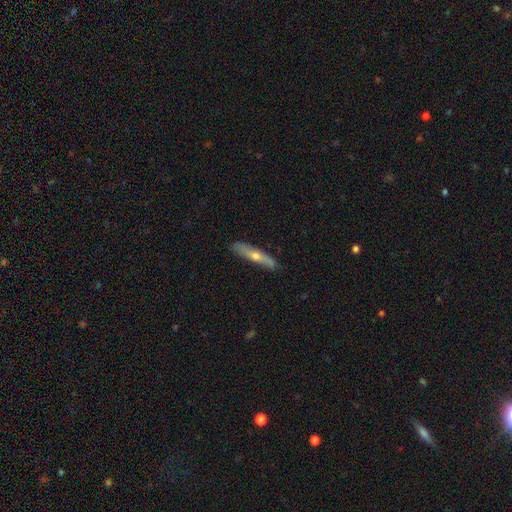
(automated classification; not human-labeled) featured or disk 56%, smooth 36%, star or artifact 8%. Down the decision tree: edge-on disk — yes (83%); merging — none (86%).